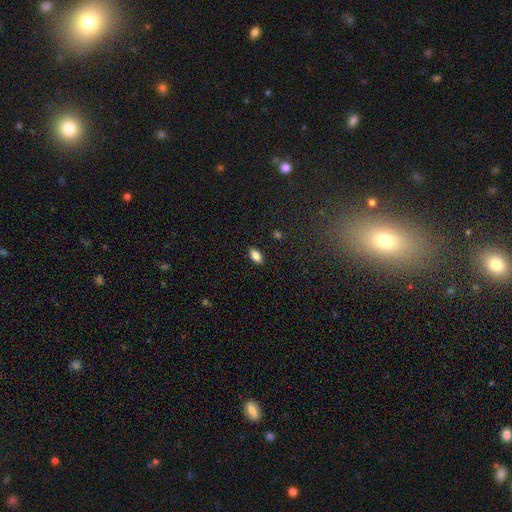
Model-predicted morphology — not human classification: Smooth or featured? smooth (83%)
How rounded? in between (90%)
Merging? none (89%)